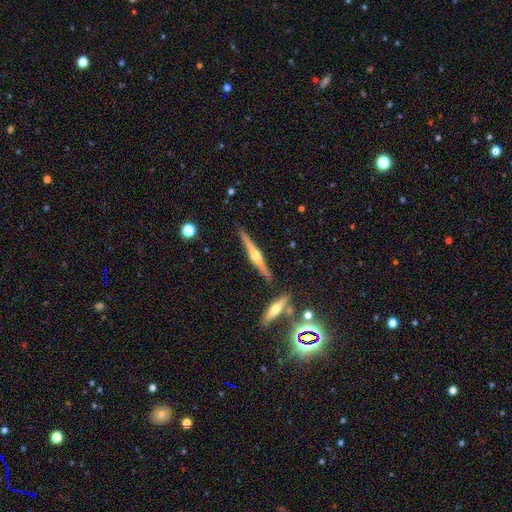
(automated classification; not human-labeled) A featured or disk galaxy (81%) viewed edge-on (98%) with a rounded central bulge (93%).

Vote fractions:
- Smooth or featured? featured or disk: 81% / smooth: 13% / star or artifact: 5%
- Edge-on disk? yes: 98% / no: 2%
- Edge-on bulge? rounded: 93% / boxy: 4% / none: 2%
- Merging? none: 86% / minor disturbance: 8% / merger: 4% / major disturbance: 2%